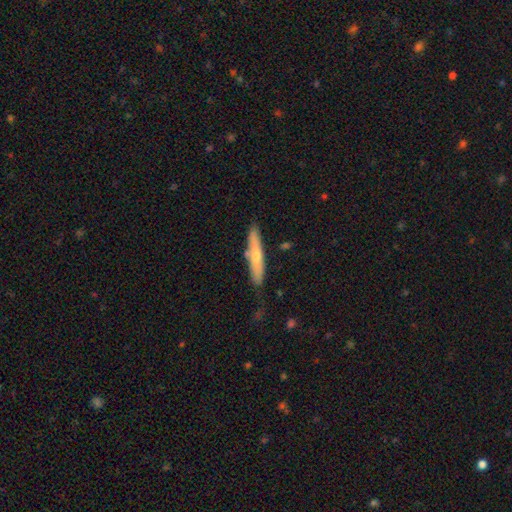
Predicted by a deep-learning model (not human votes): smooth 50%, featured or disk 44%, star or artifact 6%. Down the decision tree: merging — none (78%).